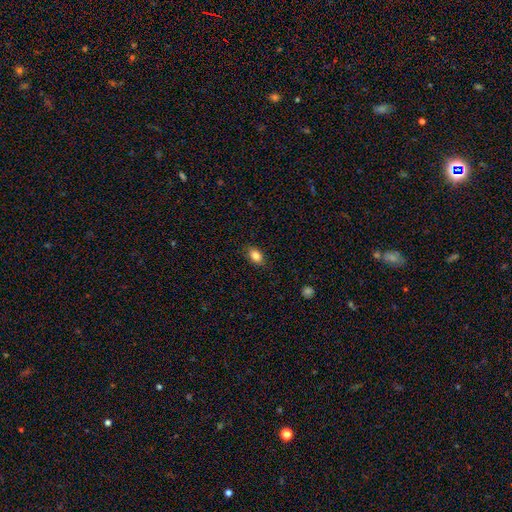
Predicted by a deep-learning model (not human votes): Smooth or featured? smooth (84%)
How rounded? in between (85%)
Merging? none (85%)